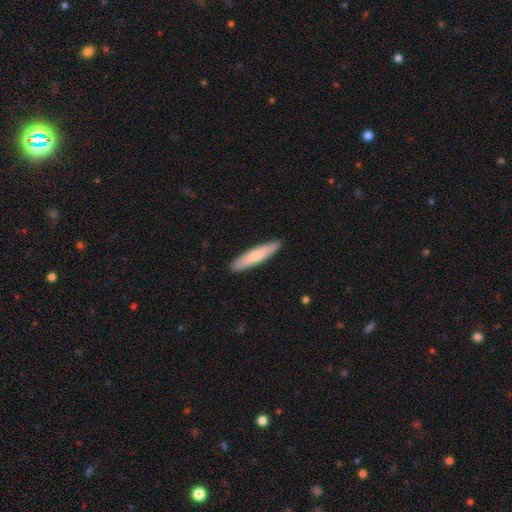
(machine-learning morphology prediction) A smooth galaxy with no disk features (74%) that is cigar-shaped (88%).

Vote fractions:
- Smooth or featured? smooth: 74% / featured or disk: 21% / star or artifact: 5%
- How rounded? cigar-shaped: 88% / in between: 10% / round: 1%
- Merging? none: 91% / minor disturbance: 7% / major disturbance: 1% / merger: 1%